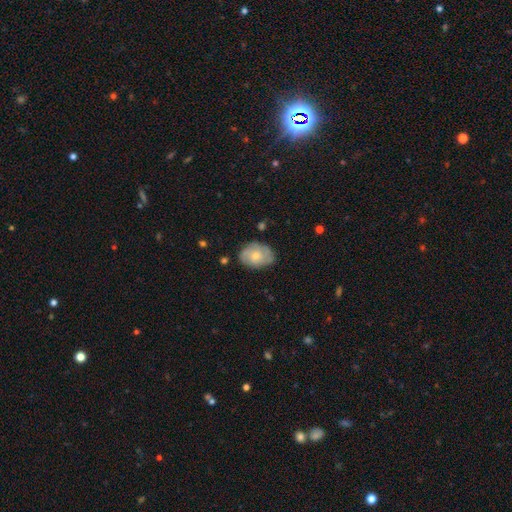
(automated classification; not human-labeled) smooth-or-featured: smooth: 53% | featured or disk: 41% | star or artifact: 6%
  how-rounded: in between: 71% | round: 28% | cigar-shaped: 1%
  merging: none: 71% | minor disturbance: 22% | major disturbance: 5% | merger: 2%